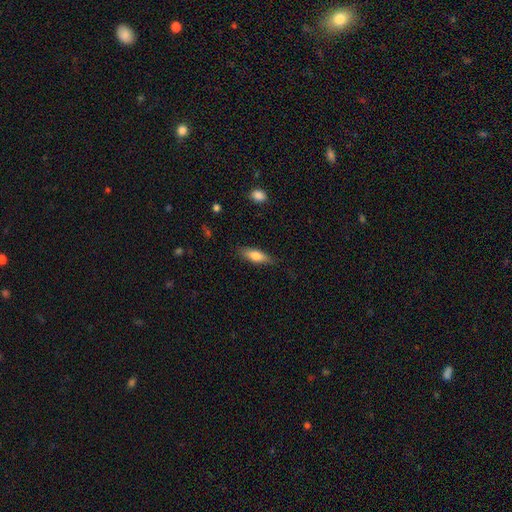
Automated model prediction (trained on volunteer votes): smooth_or_featured: smooth (p=0.73) [alt: featured or disk p=0.21]
how_rounded: in between (p=0.60) [alt: cigar-shaped p=0.37]
merging: none (p=0.81) [alt: minor disturbance p=0.15]